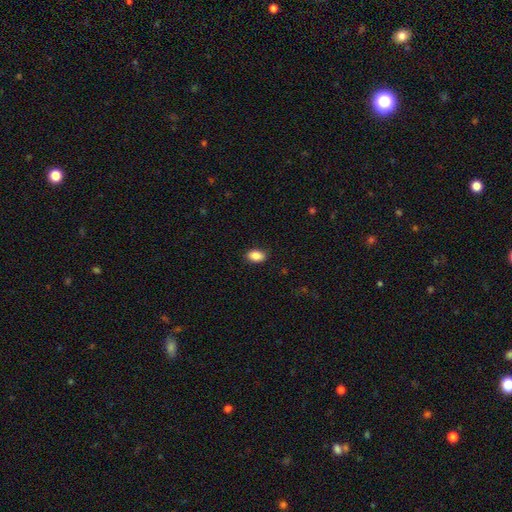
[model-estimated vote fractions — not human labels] The model was most divided on "merging": none: 88%, minor disturbance: 9%, major disturbance: 2%, merger: 1%. More confident: how rounded — in between (89%); smooth or featured — smooth (88%).